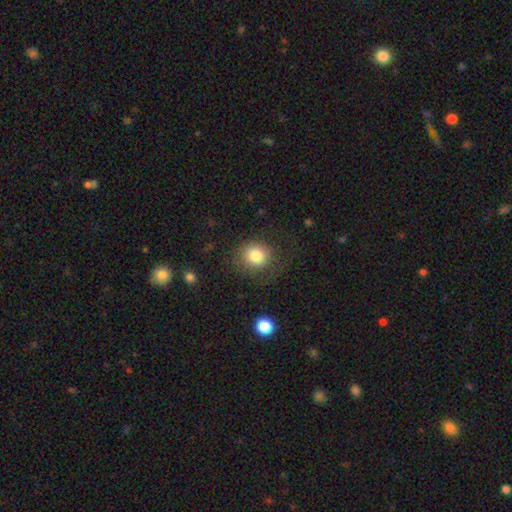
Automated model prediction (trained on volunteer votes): Smooth or featured? Predicted: smooth (p=0.82). How rounded? Predicted: round (p=0.85). Merging? Predicted: none (p=0.72).